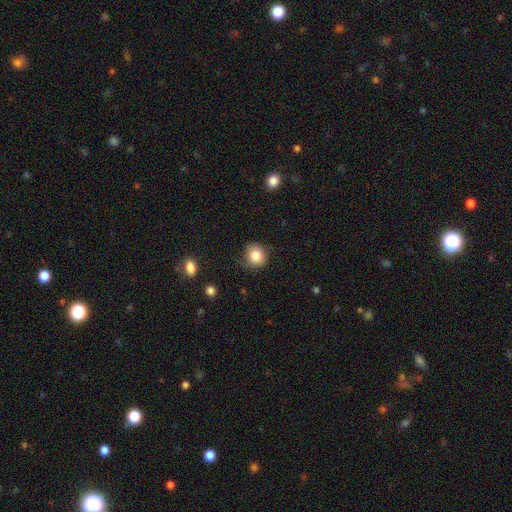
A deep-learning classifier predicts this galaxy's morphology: Smooth or featured? smooth (84%)
How rounded? round (80%)
Merging? none (75%)